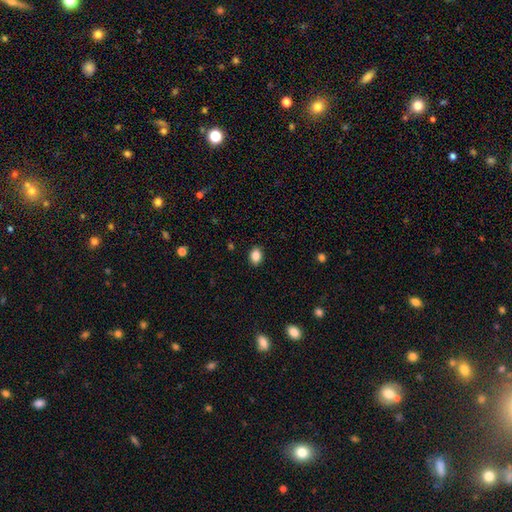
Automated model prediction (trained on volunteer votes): Overall: smooth (87%). How rounded: in between (71%). Merging: none (90%).